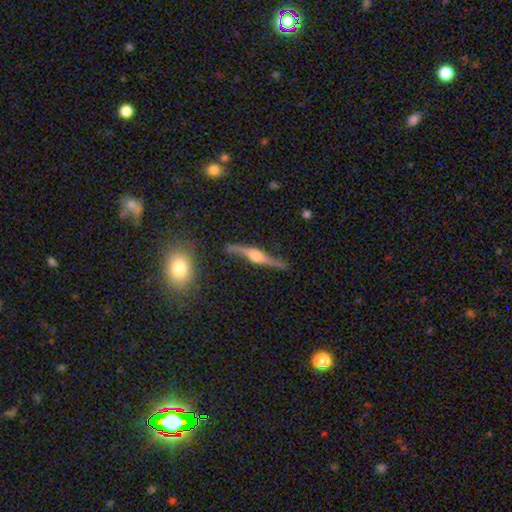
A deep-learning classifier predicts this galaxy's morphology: featured or disk 82%, smooth 13%, star or artifact 6%. Down the decision tree: edge-on disk — yes (90%); edge-on bulge — rounded (89%); merging — none (76%).